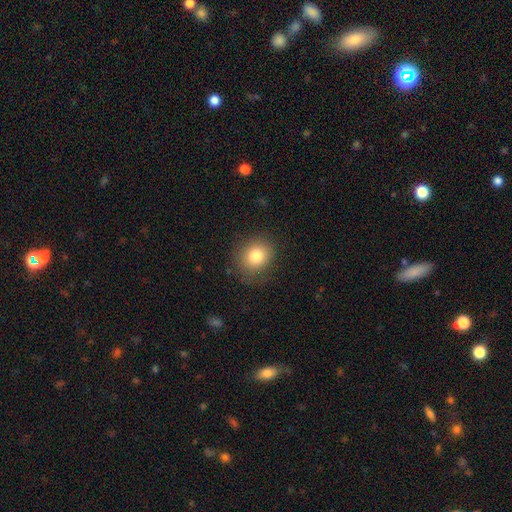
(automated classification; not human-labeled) smooth 80%, star or artifact 11%, featured or disk 9%. Down the decision tree: how rounded — round (72%); merging — none (82%).